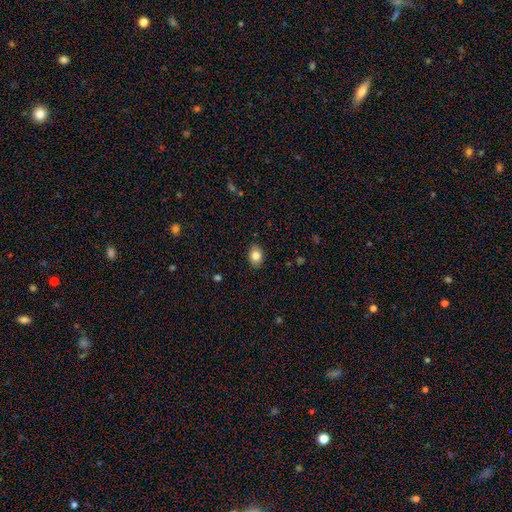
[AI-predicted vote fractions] This is clearly a smooth galaxy (82%). How rounded: likely in between (77%). Merging: clearly none (88%).